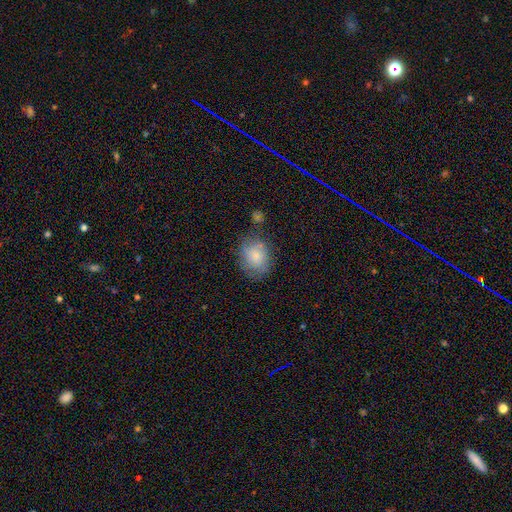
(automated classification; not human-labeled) This appears to be a smooth galaxy with no disk features (72%) that is round (52%). Merging: none (60%).